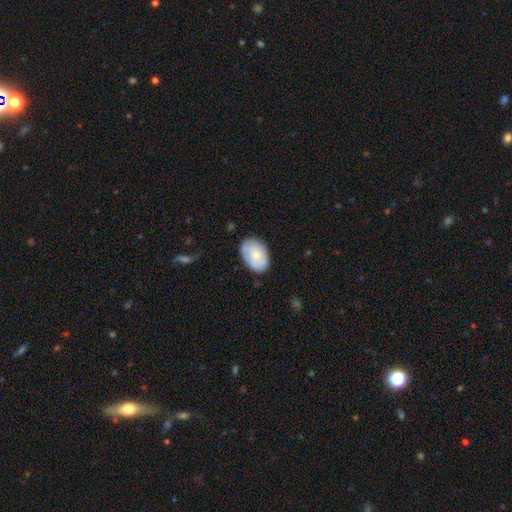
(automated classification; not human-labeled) Q: Smooth or featured?
A: smooth (70%); runner-up: featured or disk (24%)
Q: How rounded?
A: in between (86%); runner-up: round (13%)
Q: Merging?
A: none (74%); runner-up: minor disturbance (20%)